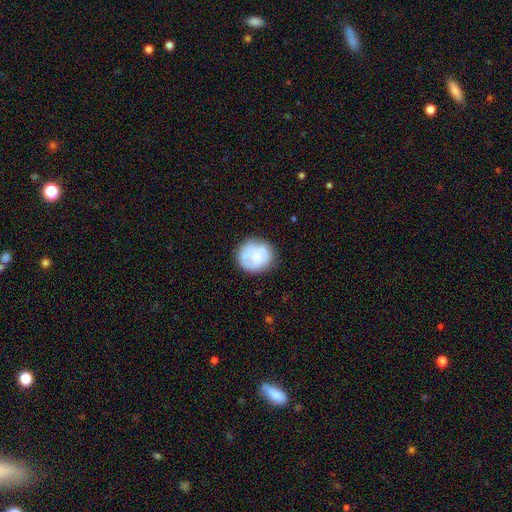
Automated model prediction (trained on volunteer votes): Smooth or featured? smooth (65%)
How rounded? round (84%)
Merging? none (73%)